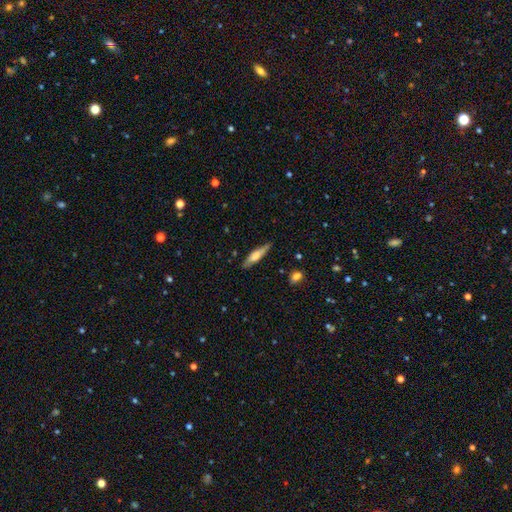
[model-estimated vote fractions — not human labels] smooth_or_featured: smooth (p=0.61) [alt: featured or disk p=0.33]
how_rounded: cigar-shaped (p=0.77) [alt: in between p=0.21]
merging: none (p=0.81) [alt: minor disturbance p=0.15]